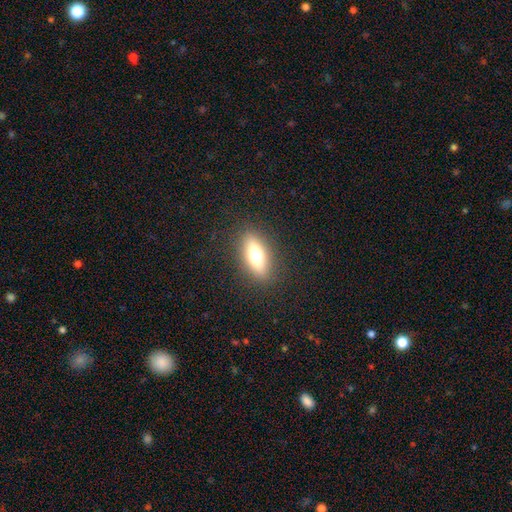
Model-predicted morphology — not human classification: The model was most divided on "smooth or featured": smooth: 61%, featured or disk: 30%, star or artifact: 9%. More confident: merging — none (87%); how rounded — in between (65%).